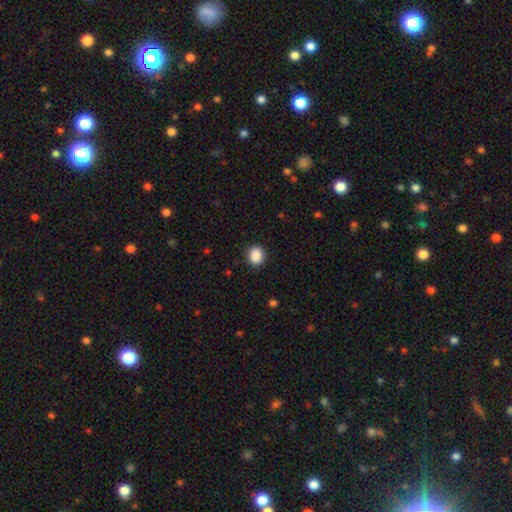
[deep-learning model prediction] Smooth or featured? smooth (89%)
How rounded? round (69%)
Merging? none (90%)